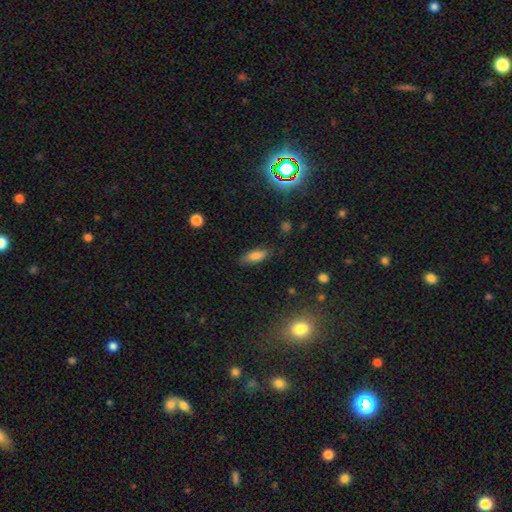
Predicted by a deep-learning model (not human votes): A smooth galaxy with no disk features (80%) that is in between round and cigar-shaped (76%).

Vote fractions:
- Smooth or featured? smooth: 80% / featured or disk: 11% / star or artifact: 9%
- How rounded? in between: 76% / cigar-shaped: 22% / round: 3%
- Merging? none: 80% / minor disturbance: 15% / major disturbance: 3% / merger: 2%